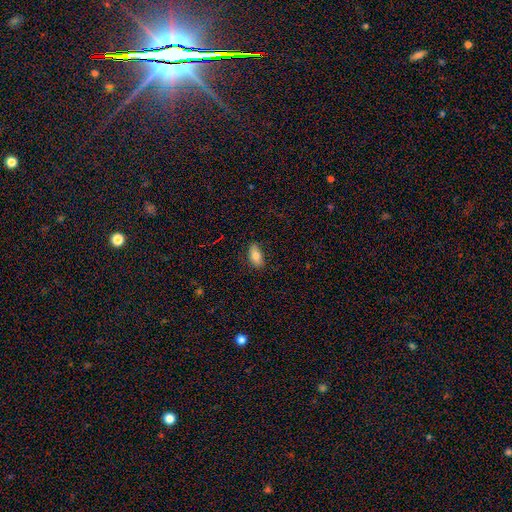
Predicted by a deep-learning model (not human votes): A smooth galaxy with no disk features (79%) that is in between round and cigar-shaped (90%).

Vote fractions:
- Smooth or featured? smooth: 79% / featured or disk: 13% / star or artifact: 8%
- How rounded? in between: 90% / cigar-shaped: 6% / round: 4%
- Merging? none: 83% / minor disturbance: 13% / major disturbance: 3% / merger: 1%